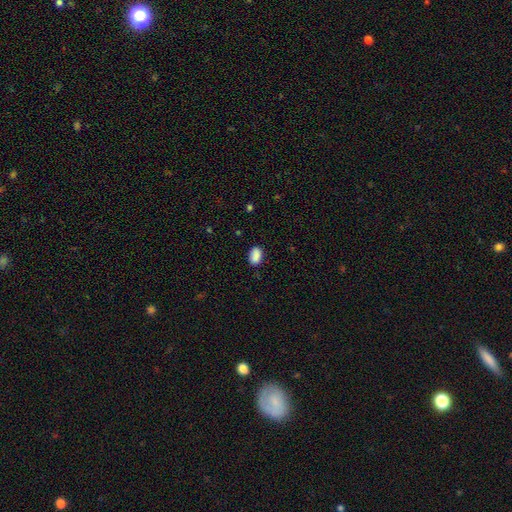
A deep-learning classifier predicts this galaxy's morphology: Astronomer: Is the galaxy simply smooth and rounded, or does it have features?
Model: smooth — 89%.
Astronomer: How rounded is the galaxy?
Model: in between — 88%.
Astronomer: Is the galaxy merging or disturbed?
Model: none — 83%.